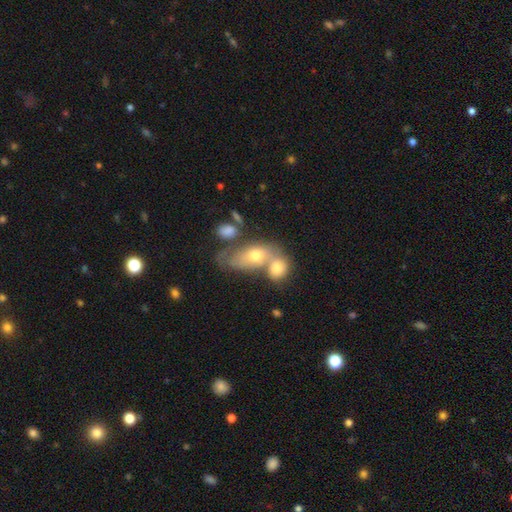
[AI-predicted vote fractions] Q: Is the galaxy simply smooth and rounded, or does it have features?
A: smooth — 60%.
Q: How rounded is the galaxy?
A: in between — 79%.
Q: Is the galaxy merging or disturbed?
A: merger — 63%.